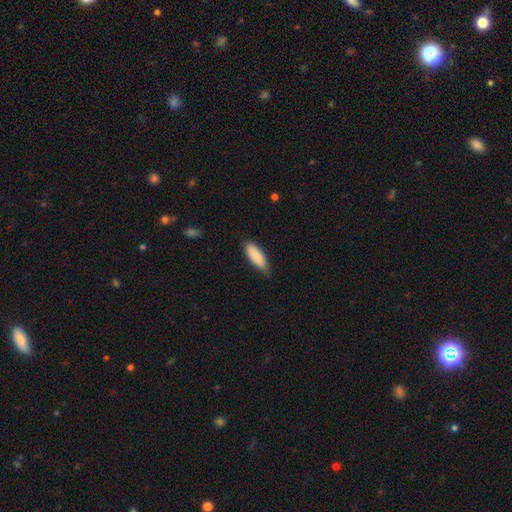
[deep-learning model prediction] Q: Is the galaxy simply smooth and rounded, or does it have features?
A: smooth — 89%.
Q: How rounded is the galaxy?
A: in between — 65%.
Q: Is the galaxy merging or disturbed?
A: none — 77%.